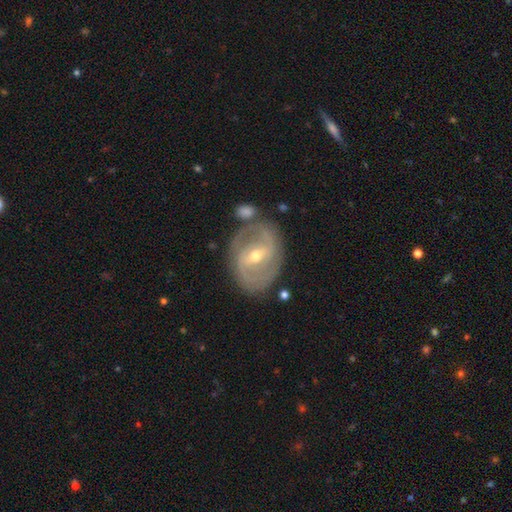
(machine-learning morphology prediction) A featured or disk galaxy (81%) with a weak bar (44%), 2 (71%) tight (41%, tied with medium) spiral arms (83%) and a small central bulge (50%). Merging: none (65%).